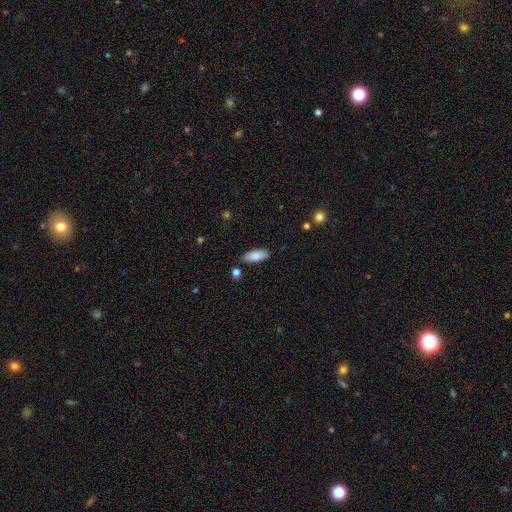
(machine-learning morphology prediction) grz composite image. It shows a smooth galaxy with no disk features (85%) that is in between round and cigar-shaped (79%). Merging: none (85%).